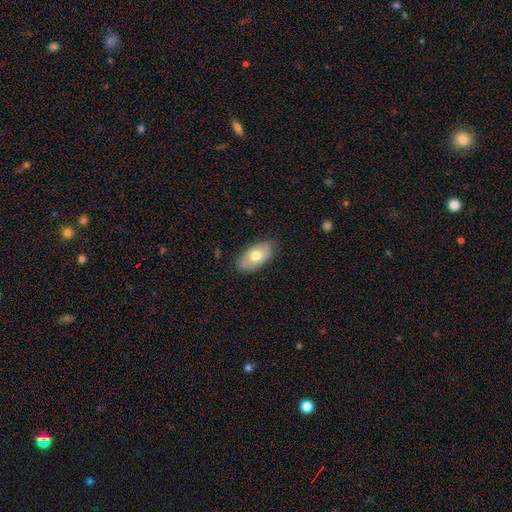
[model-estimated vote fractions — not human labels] This is likely a smooth galaxy (64%). How rounded: clearly in between (93%). Merging: clearly none (81%).